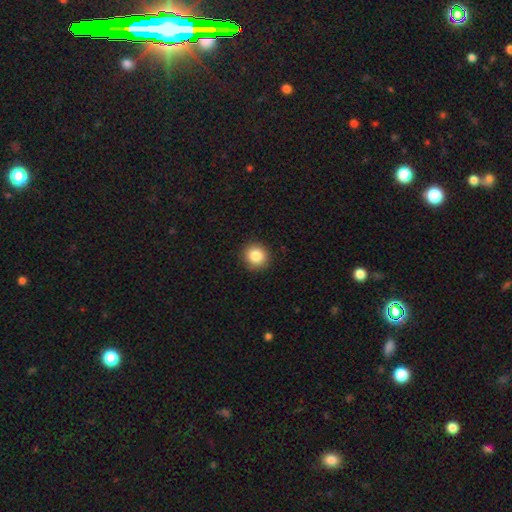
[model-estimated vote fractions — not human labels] smooth-or-featured: smooth: 85% | star or artifact: 10% | featured or disk: 5%
  how-rounded: round: 89% | in between: 10% | cigar-shaped: 1%
  merging: none: 91% | minor disturbance: 6% | major disturbance: 2% | merger: 1%